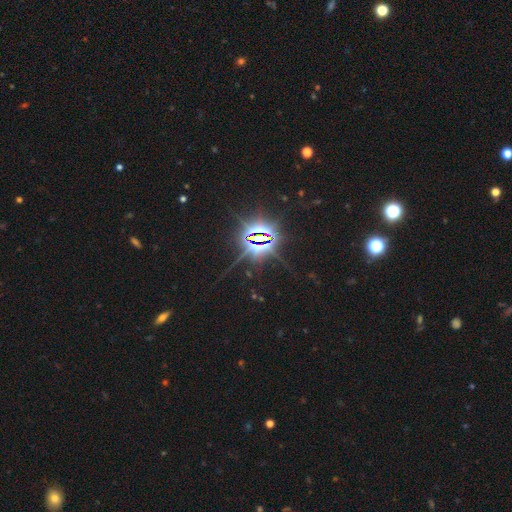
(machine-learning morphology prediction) The model was most divided on "smooth or featured": star or artifact: 82%, smooth: 12%, featured or disk: 6%.